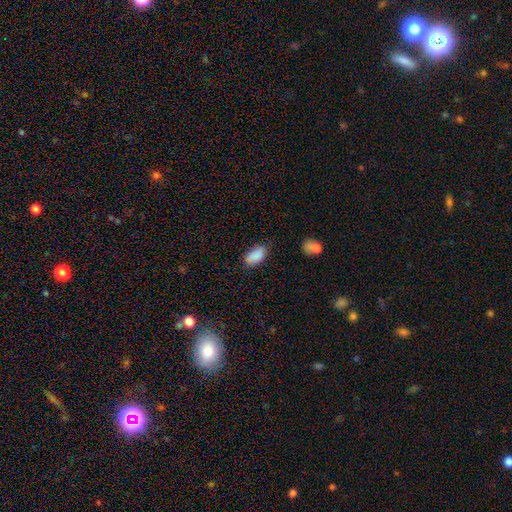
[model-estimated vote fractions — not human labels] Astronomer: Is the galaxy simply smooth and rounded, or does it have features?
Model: smooth — 87%.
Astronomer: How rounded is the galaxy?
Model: in between — 92%.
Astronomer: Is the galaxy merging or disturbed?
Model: none — 71%.